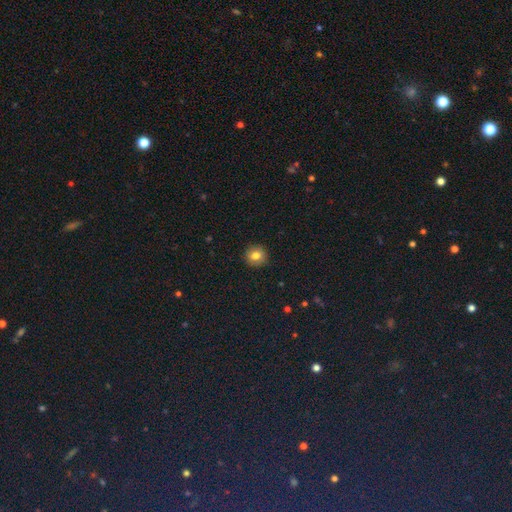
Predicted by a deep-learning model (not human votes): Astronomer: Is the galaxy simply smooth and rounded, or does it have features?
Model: smooth — 80%.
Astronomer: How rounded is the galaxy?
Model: round — 92%.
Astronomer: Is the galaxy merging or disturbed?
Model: none — 91%.